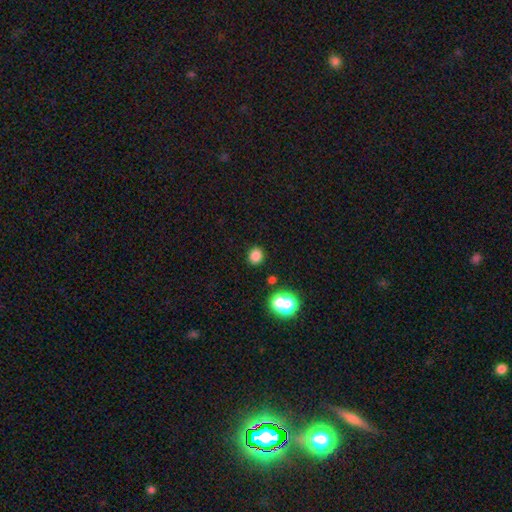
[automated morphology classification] Smooth or featured: smooth — 82% (star or artifact — 13%)
How rounded: round — 75% (in between — 24%)
Merging: none — 85% (minor disturbance — 8%)